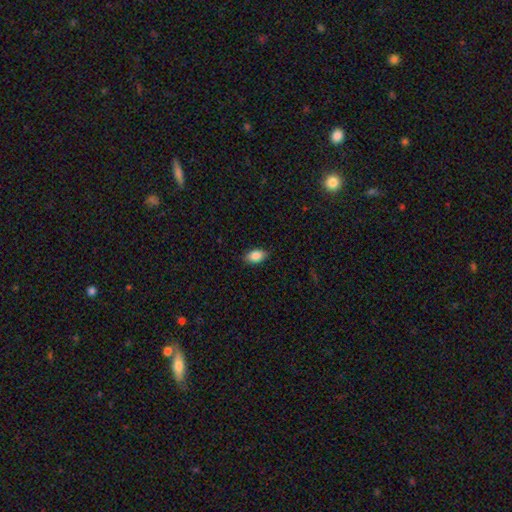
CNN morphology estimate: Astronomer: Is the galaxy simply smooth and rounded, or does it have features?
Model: smooth — 87%.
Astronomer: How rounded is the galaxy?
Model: in between — 89%.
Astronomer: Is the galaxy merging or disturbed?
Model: none — 88%.